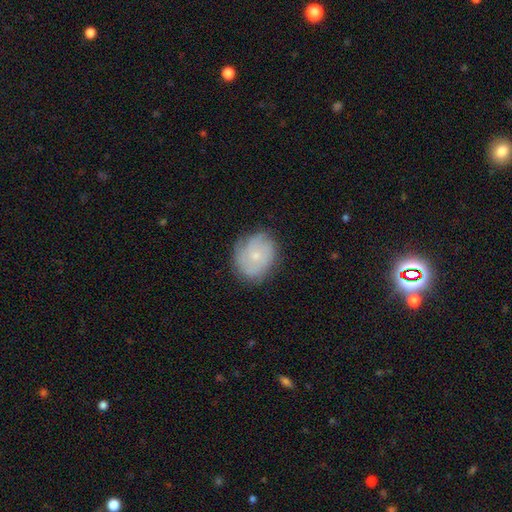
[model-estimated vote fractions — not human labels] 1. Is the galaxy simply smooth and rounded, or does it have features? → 50% smooth, 42% featured or disk, 8% star or artifact.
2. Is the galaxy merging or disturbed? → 72% none, 21% minor disturbance, 6% major disturbance, 1% merger.